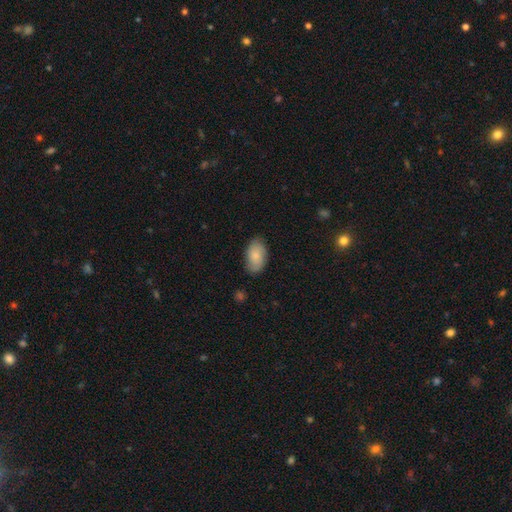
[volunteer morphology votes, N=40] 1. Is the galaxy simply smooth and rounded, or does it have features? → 80% smooth, 20% featured or disk, 0% star or artifact.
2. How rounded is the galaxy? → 100% in between, 0% round, 0% cigar-shaped.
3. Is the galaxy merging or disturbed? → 82% none, 12% minor disturbance, 5% major disturbance, 0% merger.